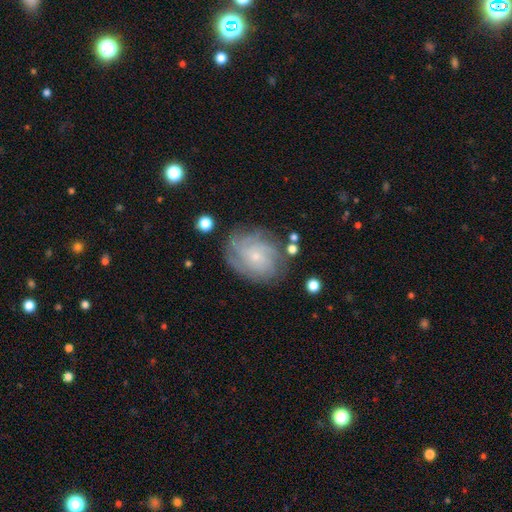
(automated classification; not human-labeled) Smooth or featured?
  - featured or disk: 79% *
  - smooth: 13%
  - star or artifact: 8%
Edge-on disk?
  - no: 97% *
  - yes: 3%
Bar?
  - no: 77% *
  - weak: 19%
  - strong: 3%
Spiral arms?
  - yes: 95% *
  - no: 5%
Spiral winding?
  - tight: 67% *
  - medium: 26%
  - loose: 7%
Spiral arm count?
  - 4: 29% *
  - can't tell: 28%
  - more than 4: 16%
  - 3: 13%
  - 2: 8%
  - 1: 6%
Bulge size?
  - small: 80% *
  - moderate: 15%
  - none: 3%
  - large: 1%
  - dominant: 1%
Merging?
  - none: 75% *
  - minor disturbance: 16%
  - major disturbance: 7%
  - merger: 2%